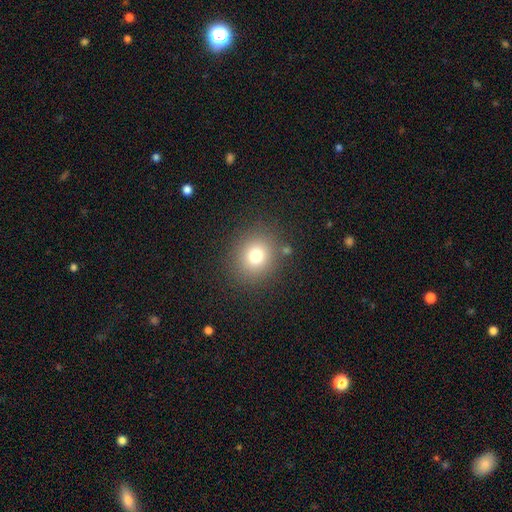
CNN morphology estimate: smooth-or-featured: smooth: 76% | star or artifact: 15% | featured or disk: 9%
  how-rounded: round: 83% | in between: 17% | cigar-shaped: 1%
  merging: none: 85% | minor disturbance: 8% | major disturbance: 4% | merger: 3%